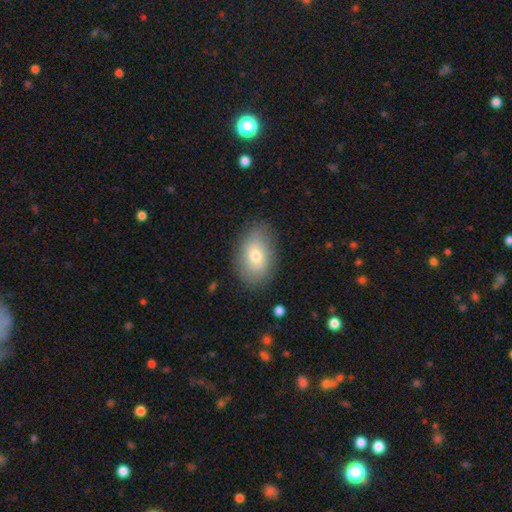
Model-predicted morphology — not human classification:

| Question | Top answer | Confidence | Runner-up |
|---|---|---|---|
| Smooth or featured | smooth | 70% | featured or disk (22%) |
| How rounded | in between | 87% | round (12%) |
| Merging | none | 83% | minor disturbance (12%) |